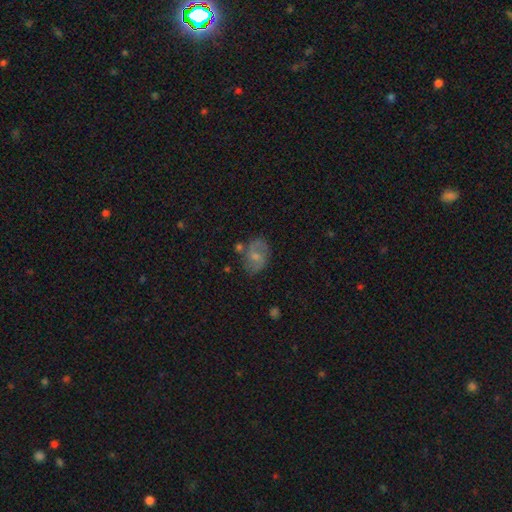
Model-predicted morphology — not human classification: type=featured or disk (48%); merging=none (67%).